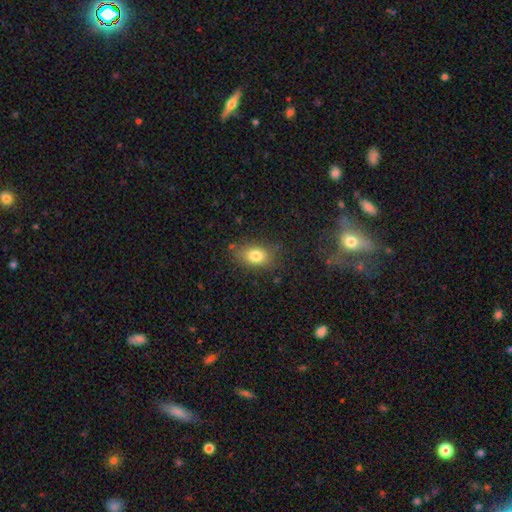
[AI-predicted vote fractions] smooth 81%, featured or disk 10%, star or artifact 10%. Down the decision tree: how rounded — in between (80%); merging — none (77%).